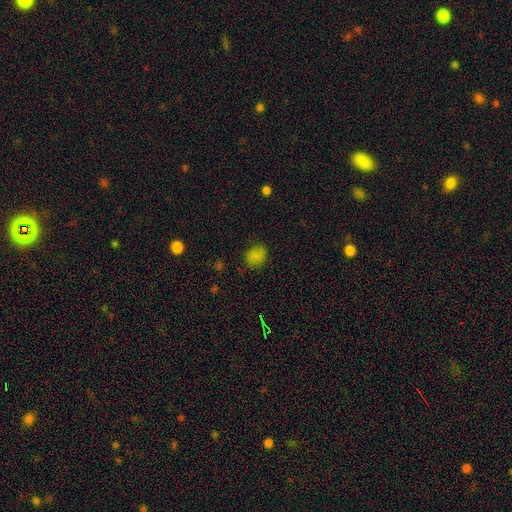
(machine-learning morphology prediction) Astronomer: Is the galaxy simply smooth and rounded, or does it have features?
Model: smooth — 77%.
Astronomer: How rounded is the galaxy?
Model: in between — 51% (runner-up: round, 48%).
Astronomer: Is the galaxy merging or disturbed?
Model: none — 76%.